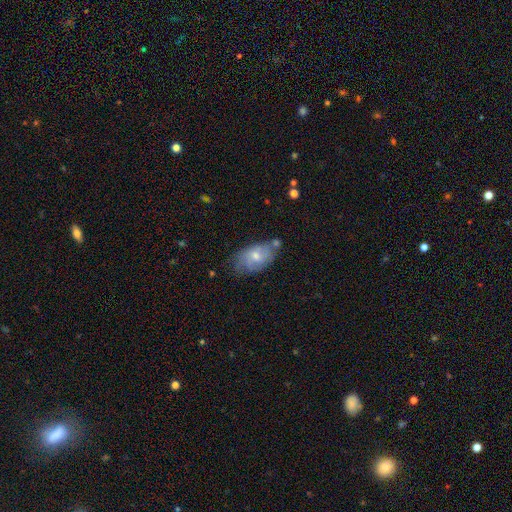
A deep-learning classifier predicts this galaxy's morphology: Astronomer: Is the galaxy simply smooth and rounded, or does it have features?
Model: smooth — 47% (runner-up: featured or disk, 45%).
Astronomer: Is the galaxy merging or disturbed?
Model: none — 56%.